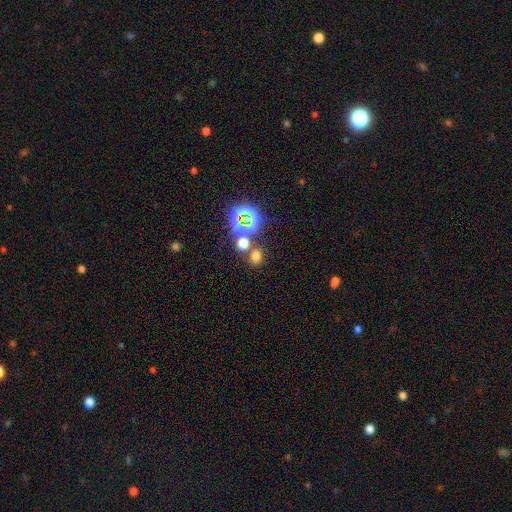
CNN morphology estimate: type=smooth (62%); roundness=round (70%); merging=none (72%).